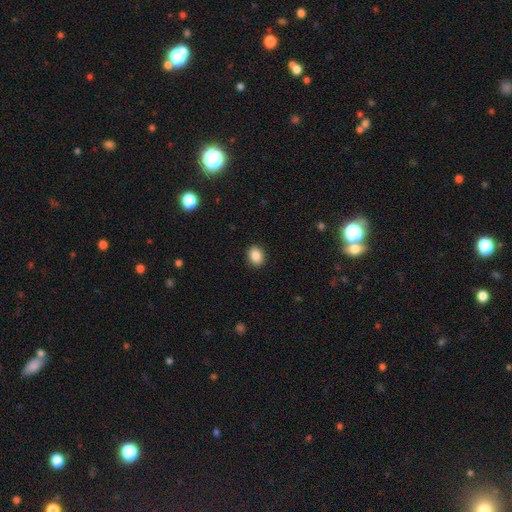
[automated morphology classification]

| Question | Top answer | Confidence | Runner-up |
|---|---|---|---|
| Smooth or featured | smooth | 87% | star or artifact (9%) |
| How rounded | in between | 55% | round (43%) |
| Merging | none | 90% | minor disturbance (7%) |